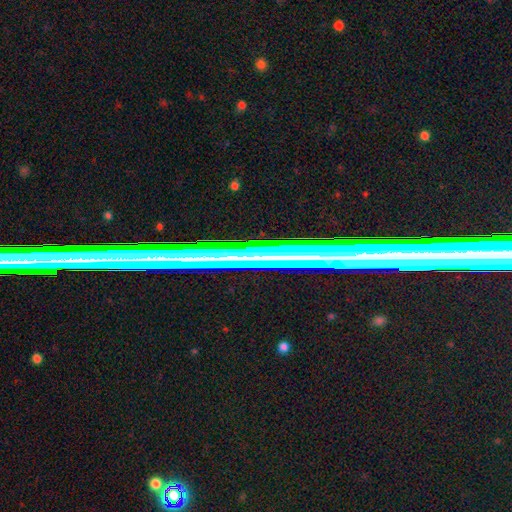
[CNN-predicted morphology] The model was most divided on "smooth or featured": star or artifact: 46%, featured or disk: 40%, smooth: 14%.